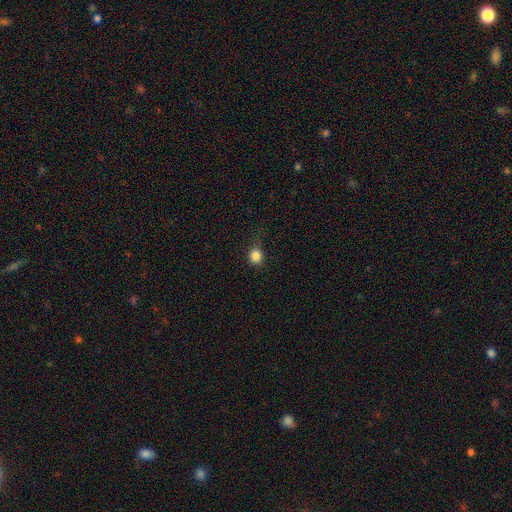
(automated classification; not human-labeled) Overall: smooth (84%). How rounded: round (82%). Merging: none (70%).